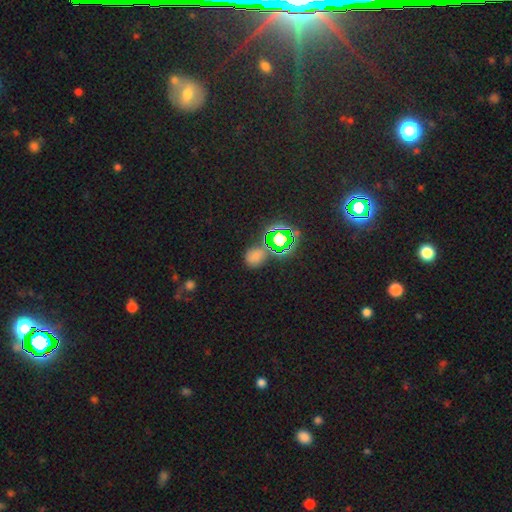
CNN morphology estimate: Smooth or featured? Predicted: smooth (p=0.55). How rounded? Predicted: round (p=0.55). Merging? Predicted: none (p=0.72).